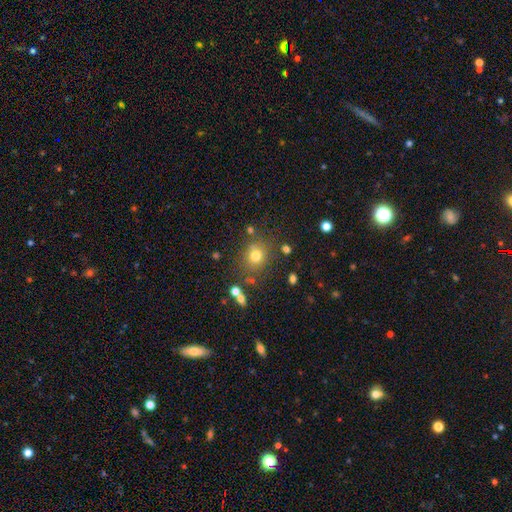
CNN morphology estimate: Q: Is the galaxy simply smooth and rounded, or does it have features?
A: smooth — 74%.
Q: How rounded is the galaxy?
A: round — 78%.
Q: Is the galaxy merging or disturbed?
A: none — 77%.